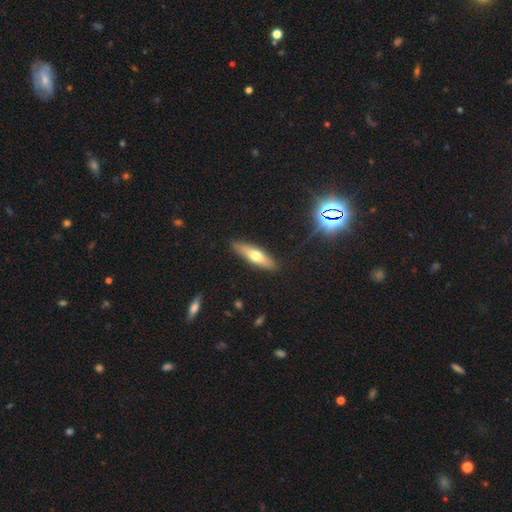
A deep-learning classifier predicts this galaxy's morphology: Smooth or featured? smooth (53%)
How rounded? cigar-shaped (69%)
Merging? none (88%)